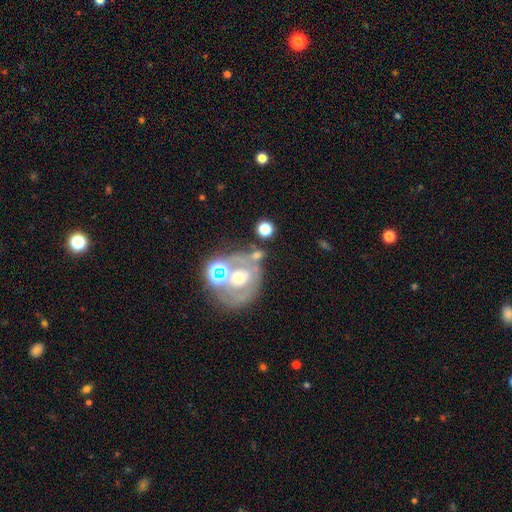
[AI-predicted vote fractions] Smooth or featured? Predicted: featured or disk (p=0.43). Merging? Predicted: none (p=0.49).